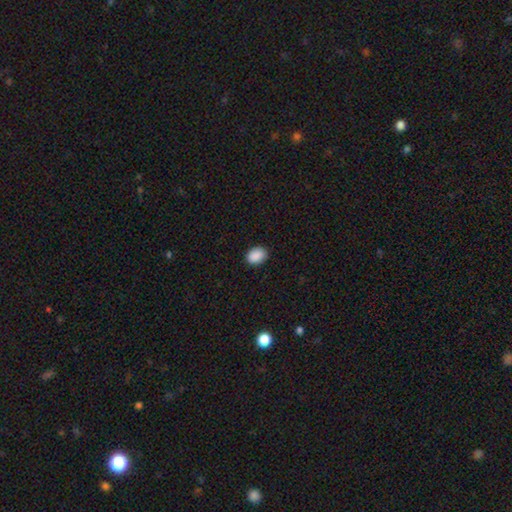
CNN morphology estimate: Smooth or featured?
  - smooth: 89% *
  - star or artifact: 8%
  - featured or disk: 3%
How rounded?
  - in between: 64% *
  - round: 35%
  - cigar-shaped: 1%
Merging?
  - none: 88% *
  - minor disturbance: 9%
  - major disturbance: 2%
  - merger: 1%